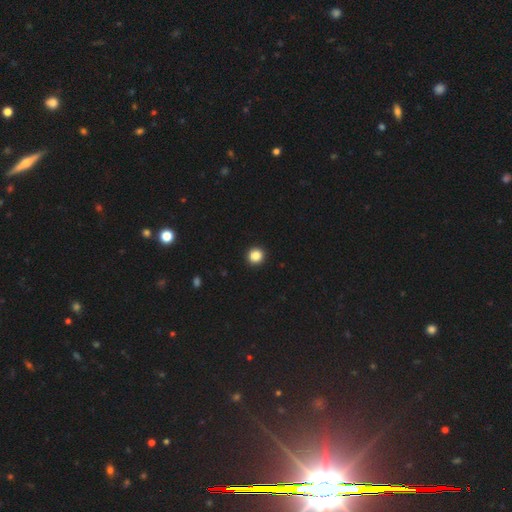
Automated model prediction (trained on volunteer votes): Smooth or featured?
  - smooth: 85% *
  - star or artifact: 11%
  - featured or disk: 4%
How rounded?
  - round: 94% *
  - in between: 5%
  - cigar-shaped: 1%
Merging?
  - none: 93% *
  - minor disturbance: 4%
  - major disturbance: 1%
  - merger: 1%